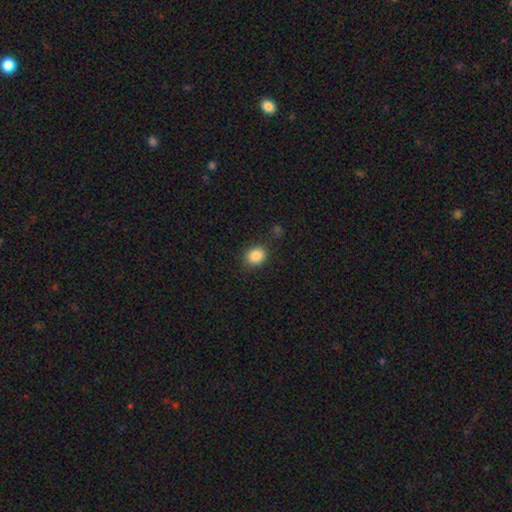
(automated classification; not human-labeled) A smooth galaxy with no disk features (86%) that is round (63%).

Vote fractions:
- Smooth or featured? smooth: 86% / star or artifact: 9% / featured or disk: 4%
- How rounded? round: 63% / in between: 36% / cigar-shaped: 1%
- Merging? none: 82% / minor disturbance: 11% / major disturbance: 4% / merger: 3%